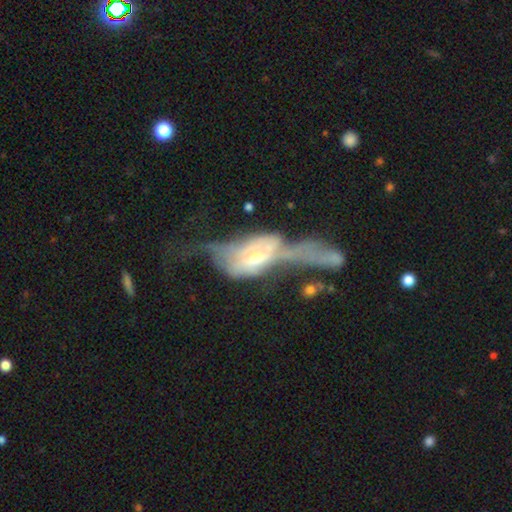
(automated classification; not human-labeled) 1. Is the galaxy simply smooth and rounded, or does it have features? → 62% featured or disk, 30% smooth, 8% star or artifact.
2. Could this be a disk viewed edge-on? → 66% no, 34% yes.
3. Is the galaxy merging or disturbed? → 39% merger (tied), 39% major disturbance (tied), 12% none, 11% minor disturbance.